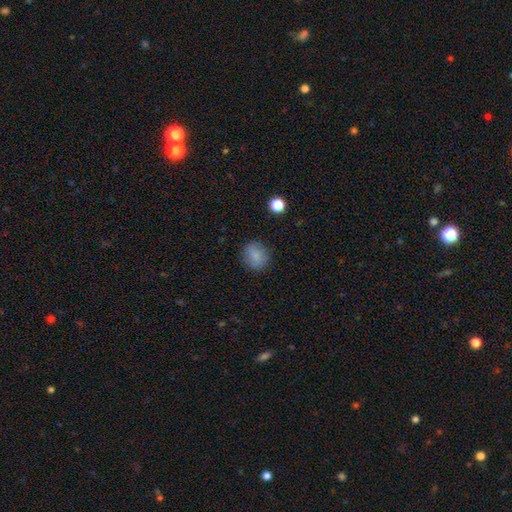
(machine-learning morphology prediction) type=smooth (84%); roundness=round (77%); merging=none (86%).